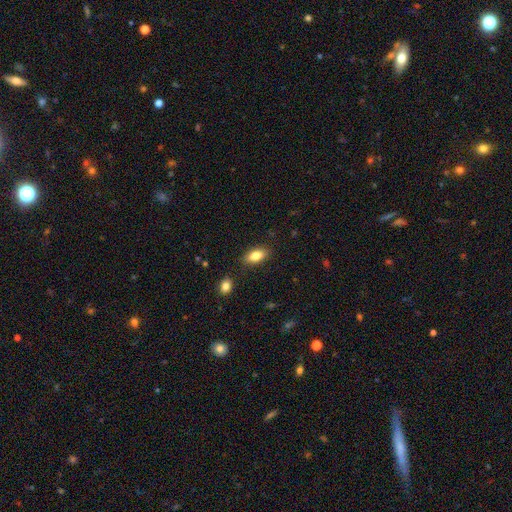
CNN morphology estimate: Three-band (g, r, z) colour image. It shows a smooth galaxy with no disk features (84%) that is in between round and cigar-shaped (88%). Merging: none (85%).